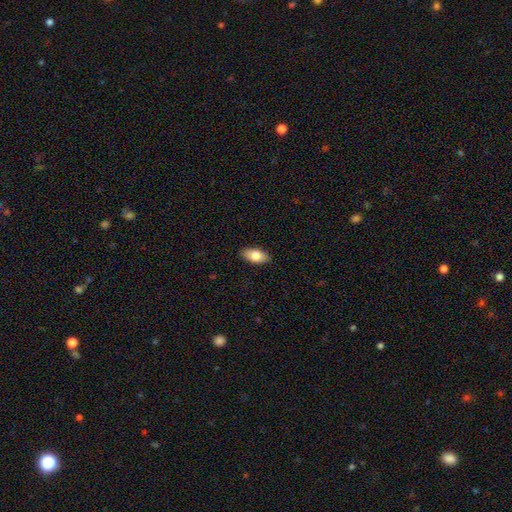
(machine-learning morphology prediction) smooth 80%, featured or disk 14%, star or artifact 7%. Down the decision tree: how rounded — in between (92%); merging — none (89%).